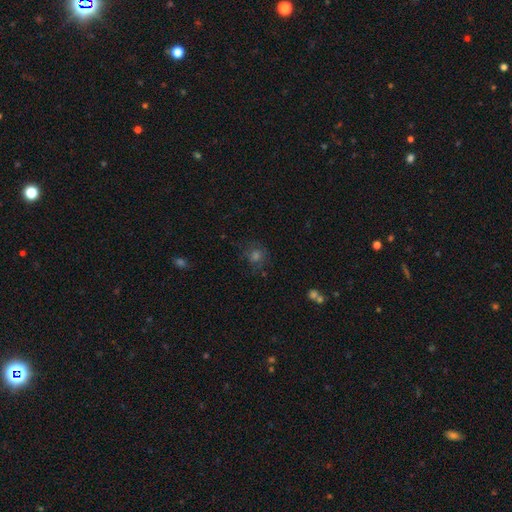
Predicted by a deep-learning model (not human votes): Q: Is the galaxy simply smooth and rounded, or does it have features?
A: smooth — 51%.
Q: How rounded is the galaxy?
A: round — 85%.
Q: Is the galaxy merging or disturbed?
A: none — 76%.